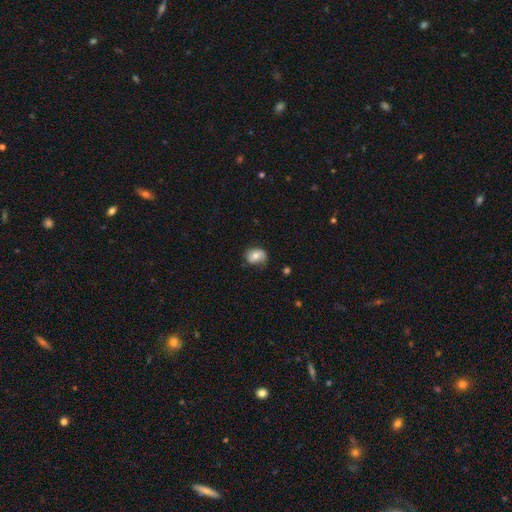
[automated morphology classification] The model was most divided on "how rounded": in between: 63%, round: 36%, cigar-shaped: 1%. More confident: smooth or featured — smooth (67%); merging — none (60%).